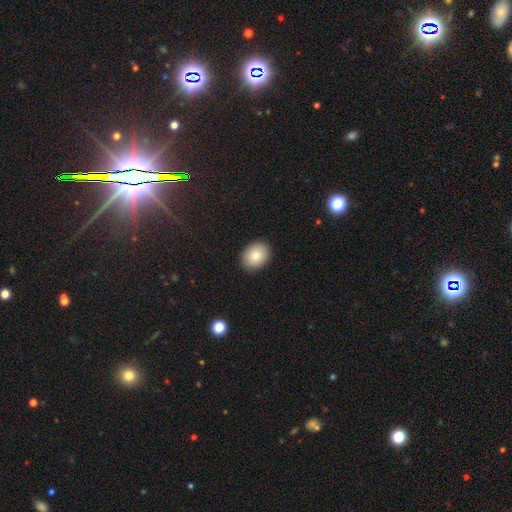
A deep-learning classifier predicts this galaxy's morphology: The model was most divided on "how rounded": in between: 56%, round: 43%, cigar-shaped: 1%. More confident: merging — none (90%); smooth or featured — smooth (84%).